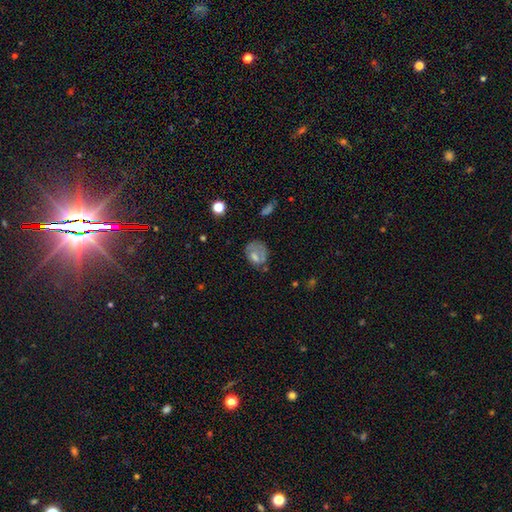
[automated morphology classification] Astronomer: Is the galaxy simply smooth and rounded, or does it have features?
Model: smooth — 59%.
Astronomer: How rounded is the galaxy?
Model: round — 50% (runner-up: in between, 49%).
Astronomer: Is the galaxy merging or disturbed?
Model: none — 41% (runner-up: minor disturbance, 27%).